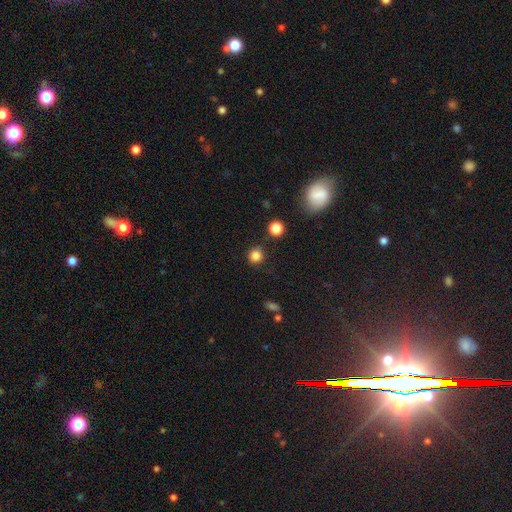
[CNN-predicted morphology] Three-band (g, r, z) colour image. It shows a smooth galaxy with no disk features (83%) that is round (91%). Merging: none (81%).